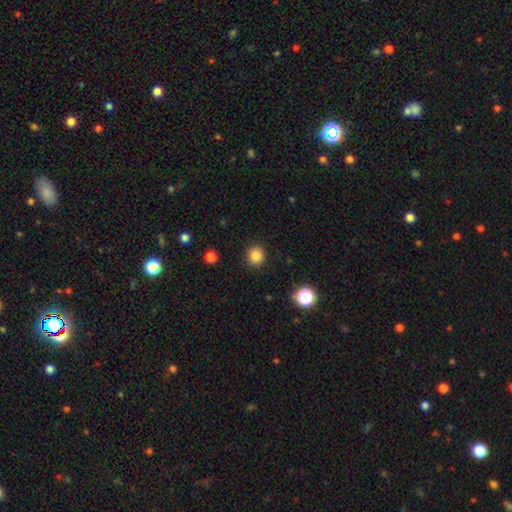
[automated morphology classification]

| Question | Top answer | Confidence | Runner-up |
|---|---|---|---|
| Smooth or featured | smooth | 85% | star or artifact (11%) |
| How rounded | round | 89% | in between (10%) |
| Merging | none | 91% | minor disturbance (6%) |